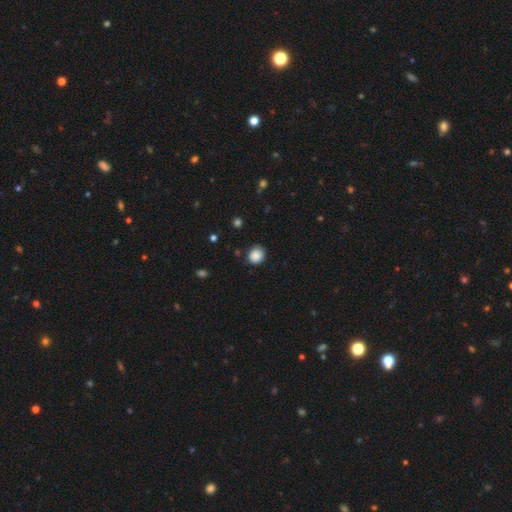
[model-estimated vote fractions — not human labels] Smooth or featured?
  - smooth: 87% *
  - star or artifact: 9%
  - featured or disk: 3%
How rounded?
  - round: 80% *
  - in between: 20%
  - cigar-shaped: 1%
Merging?
  - none: 84% *
  - minor disturbance: 12%
  - major disturbance: 3%
  - merger: 2%